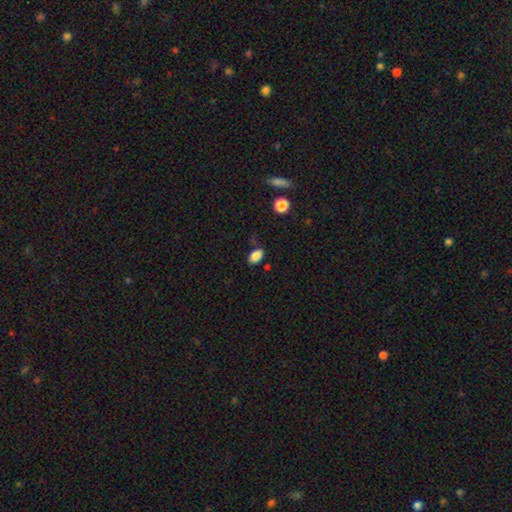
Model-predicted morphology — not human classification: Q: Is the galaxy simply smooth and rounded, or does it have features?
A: smooth — 86%.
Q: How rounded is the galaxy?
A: in between — 89%.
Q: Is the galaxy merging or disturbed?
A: none — 74%.